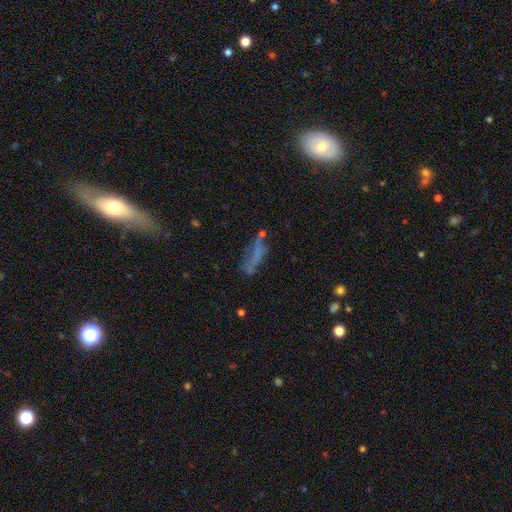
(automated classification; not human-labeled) smooth 51%, featured or disk 31%, star or artifact 18%. Down the decision tree: how rounded — cigar-shaped (59%); merging — none (38%).